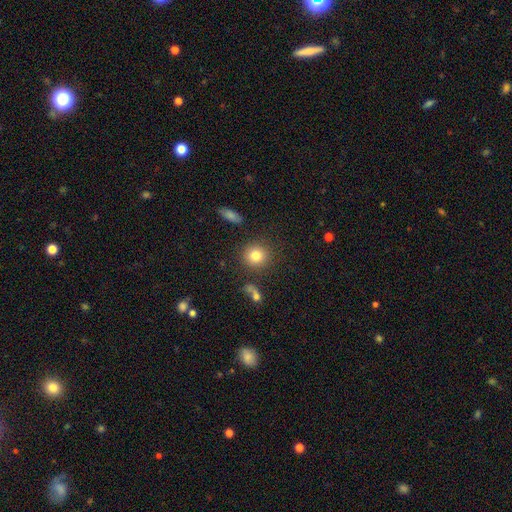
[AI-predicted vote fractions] The model was most divided on "smooth or featured": smooth: 81%, star or artifact: 11%, featured or disk: 8%. More confident: how rounded — round (89%); merging — none (85%).